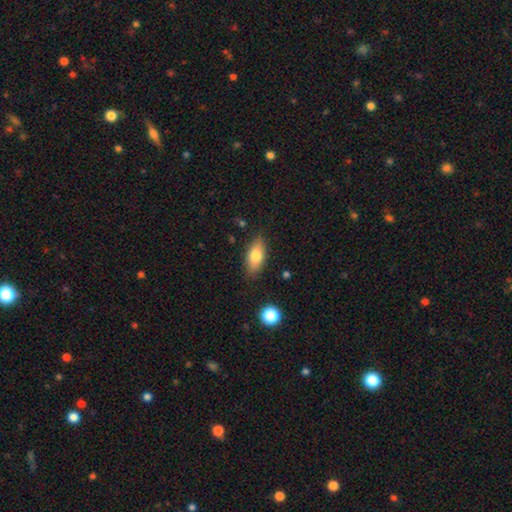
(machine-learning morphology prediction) Smooth or featured? Predicted: smooth (p=0.74). How rounded? Predicted: in between (p=0.82). Merging? Predicted: none (p=0.83).